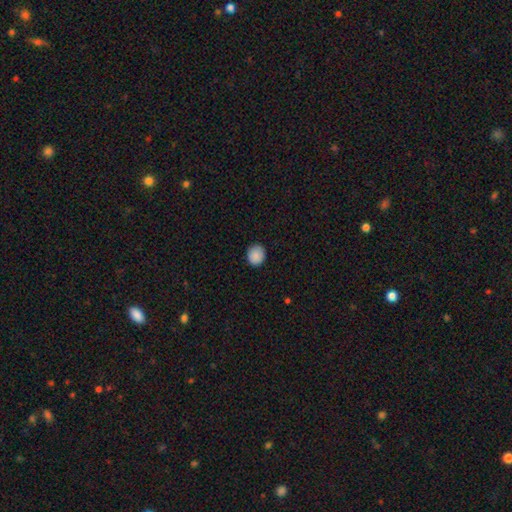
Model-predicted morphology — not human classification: Overall: smooth (88%). How rounded: round (77%). Merging: none (88%).